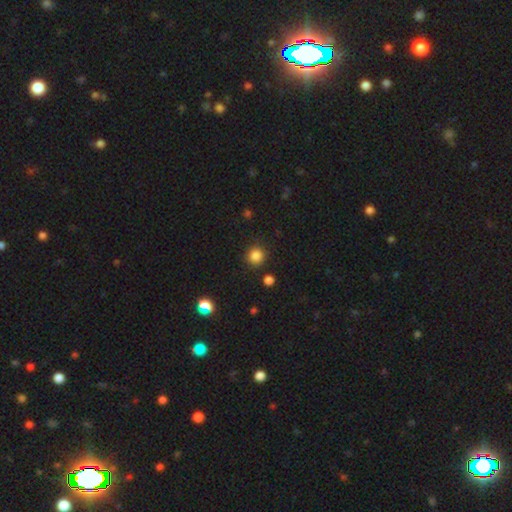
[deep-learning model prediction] Smooth or featured: smooth — 84% (star or artifact — 12%)
How rounded: round — 92% (in between — 7%)
Merging: none — 89% (minor disturbance — 7%)